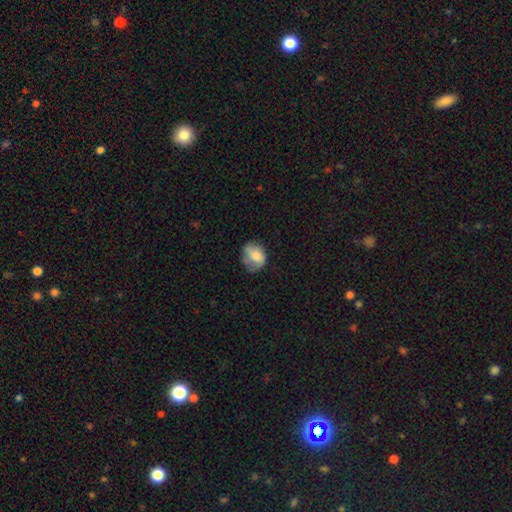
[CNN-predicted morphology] Overall: smooth (75%). How rounded: round (58%; in between 41%). Merging: none (54%; minor disturbance 31%).